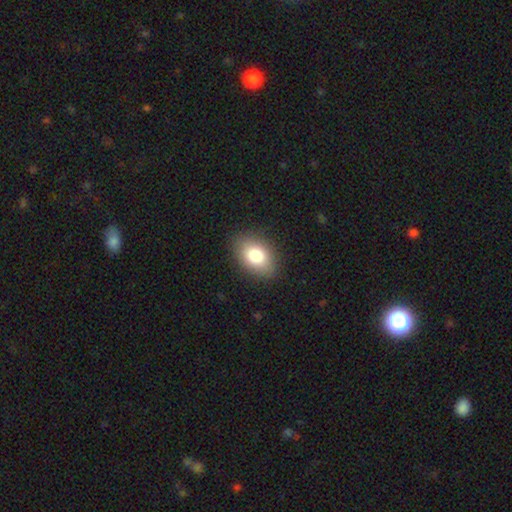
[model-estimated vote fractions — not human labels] A smooth galaxy with no disk features (81%) that is in between round and cigar-shaped (83%).

Vote fractions:
- Smooth or featured? smooth: 81% / featured or disk: 10% / star or artifact: 9%
- How rounded? in between: 83% / round: 16% / cigar-shaped: 1%
- Merging? none: 86% / minor disturbance: 10% / major disturbance: 3% / merger: 1%